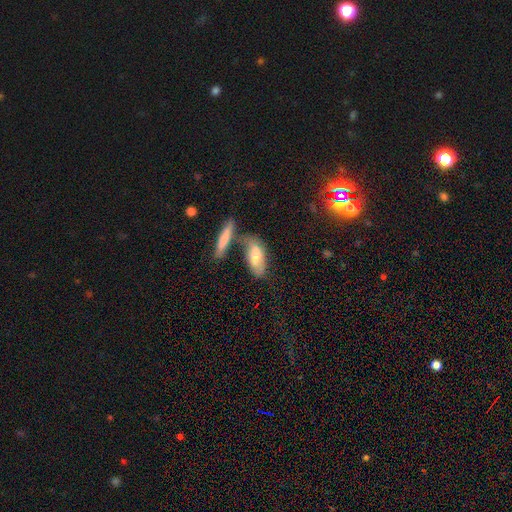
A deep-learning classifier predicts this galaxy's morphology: Smooth or featured? Predicted: smooth (p=0.72). How rounded? Predicted: in between (p=0.75). Merging? Predicted: none (p=0.42).